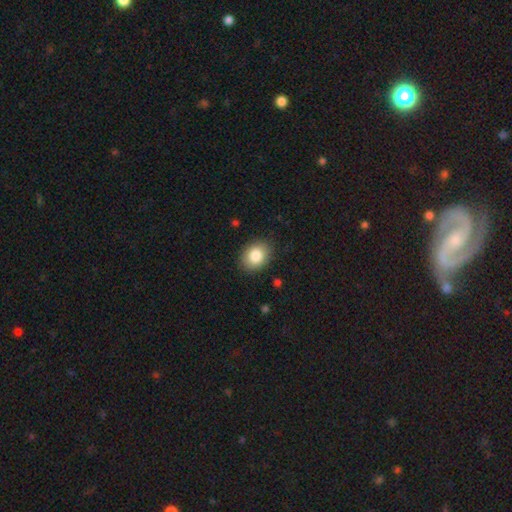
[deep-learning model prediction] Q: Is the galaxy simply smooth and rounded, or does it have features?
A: smooth — 85%.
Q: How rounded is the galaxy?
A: in between — 59%.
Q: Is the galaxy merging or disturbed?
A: none — 87%.